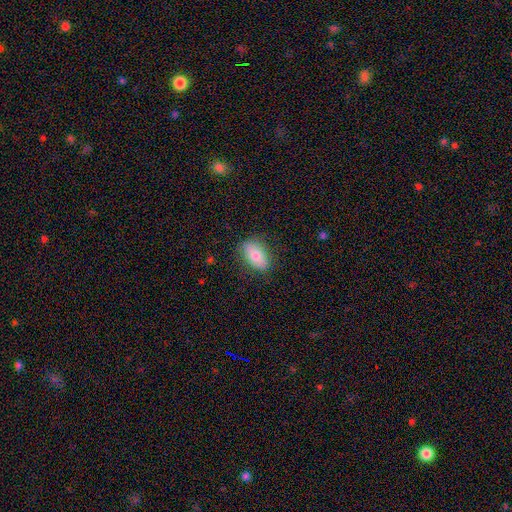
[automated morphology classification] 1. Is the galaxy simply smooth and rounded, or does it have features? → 75% smooth, 18% featured or disk, 7% star or artifact.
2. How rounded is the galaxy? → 88% in between, 8% round, 4% cigar-shaped.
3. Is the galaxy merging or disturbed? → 82% none, 13% minor disturbance, 3% major disturbance, 1% merger.